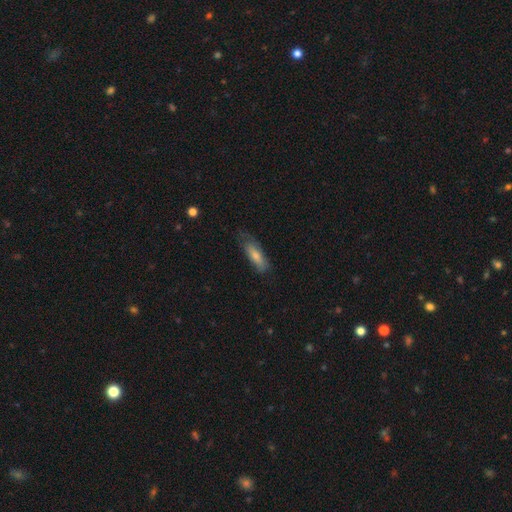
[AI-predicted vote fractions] This appears to be a smooth galaxy with no disk features (71%) that is in between round and cigar-shaped (55%). Merging: none (59%).